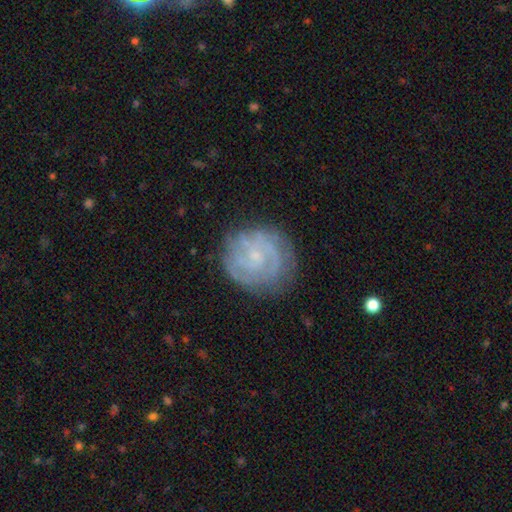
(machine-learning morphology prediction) featured or disk 76%, smooth 18%, star or artifact 7%. Down the decision tree: edge-on disk — no (98%); bar — no (66%); spiral arms — yes (90%); spiral arm count — 2 (34%, tied with can't tell); spiral winding — tight (64%); bulge size — small (72%); merging — none (77%).